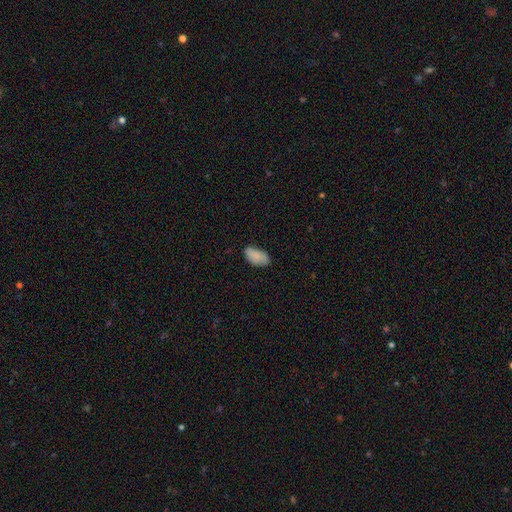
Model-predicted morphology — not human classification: Smooth or featured?
  - smooth: 86% *
  - featured or disk: 7%
  - star or artifact: 7%
How rounded?
  - in between: 94% *
  - round: 3%
  - cigar-shaped: 2%
Merging?
  - none: 75% *
  - minor disturbance: 20%
  - major disturbance: 4%
  - merger: 1%